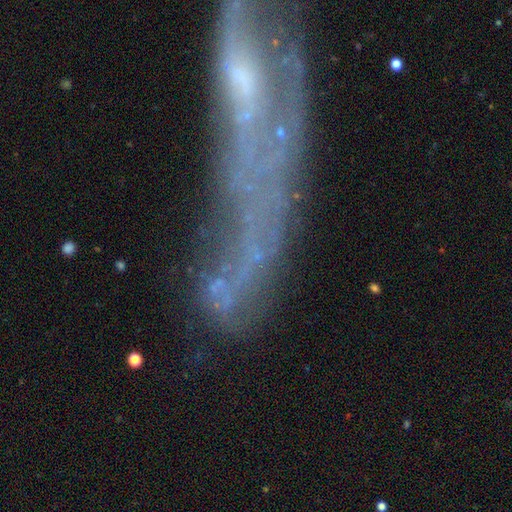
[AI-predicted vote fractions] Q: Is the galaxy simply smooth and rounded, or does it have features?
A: featured or disk — 43%.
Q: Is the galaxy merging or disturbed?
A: none — 45%.